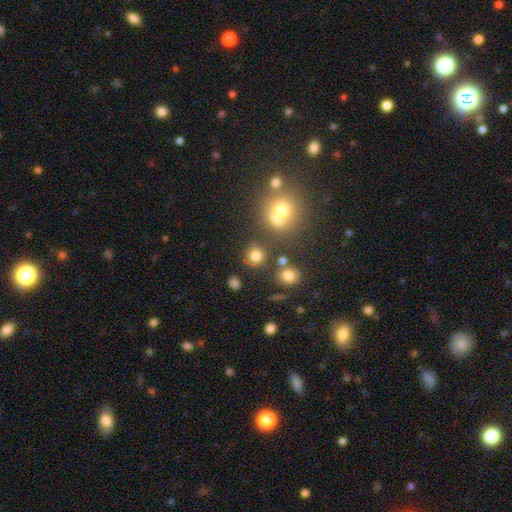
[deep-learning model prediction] Morphology: type=smooth (74%); roundness=round (88%); merging=none (73%).